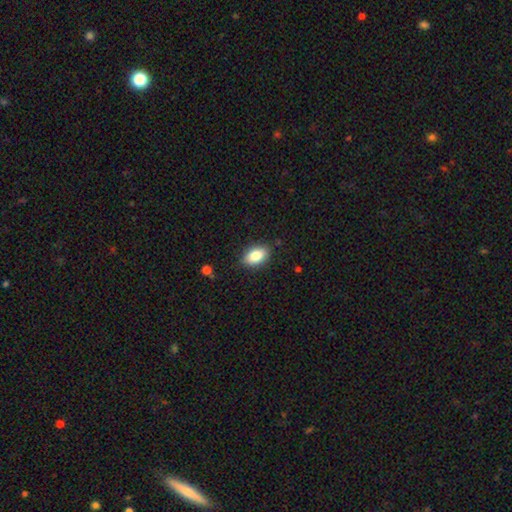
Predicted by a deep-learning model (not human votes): The model was most divided on "merging": none: 85%, minor disturbance: 11%, major disturbance: 2%, merger: 1%. More confident: how rounded — in between (88%); smooth or featured — smooth (83%).